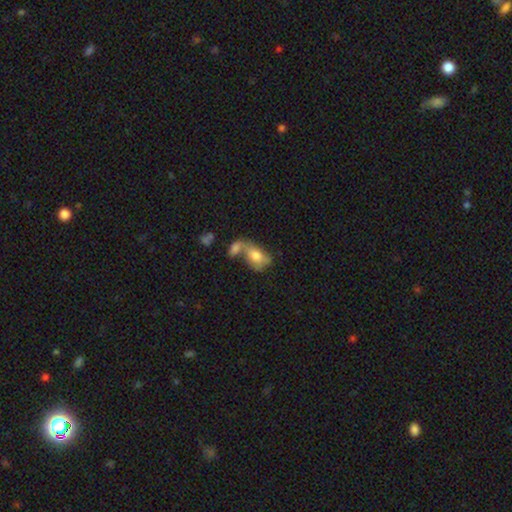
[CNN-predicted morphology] smooth_or_featured: smooth (p=0.67) [alt: featured or disk p=0.26]
how_rounded: in between (p=0.88) [alt: round p=0.10]
merging: merger (p=0.59) [alt: none p=0.20]